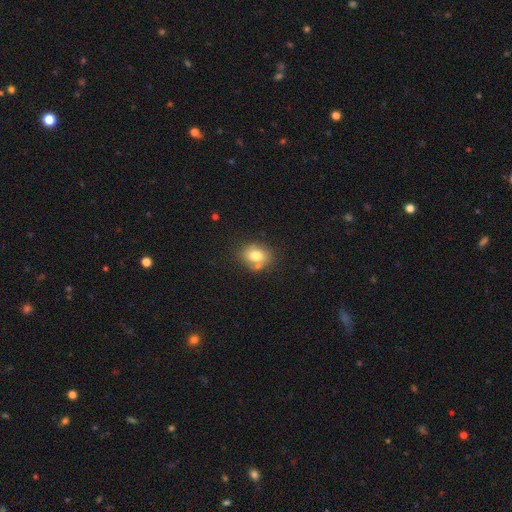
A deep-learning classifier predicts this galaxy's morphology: A smooth galaxy with no disk features (75%) that is round (51%).

Vote fractions:
- Smooth or featured? smooth: 75% / featured or disk: 15% / star or artifact: 10%
- How rounded? round: 51% / in between: 48% / cigar-shaped: 1%
- Merging? none: 64% / minor disturbance: 18% / merger: 13% / major disturbance: 5%